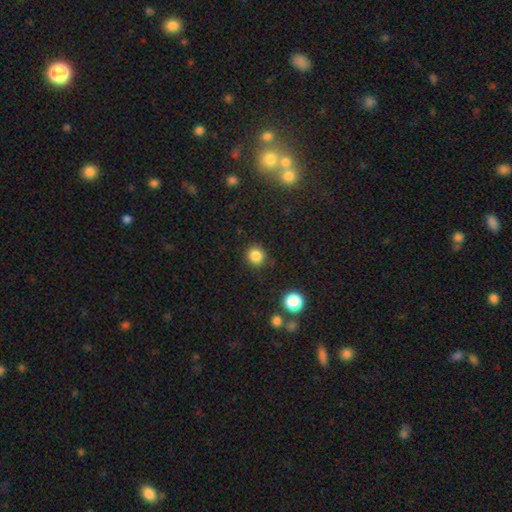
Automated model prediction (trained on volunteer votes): Smooth or featured? smooth (84%)
How rounded? round (91%)
Merging? none (87%)